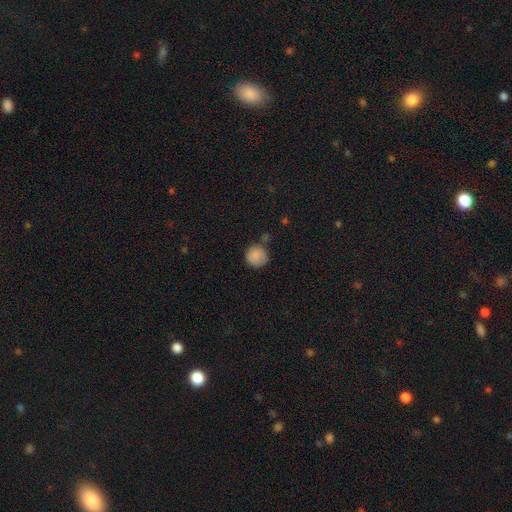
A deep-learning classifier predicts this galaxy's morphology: type=smooth (85%); roundness=round (91%); merging=none (68%).